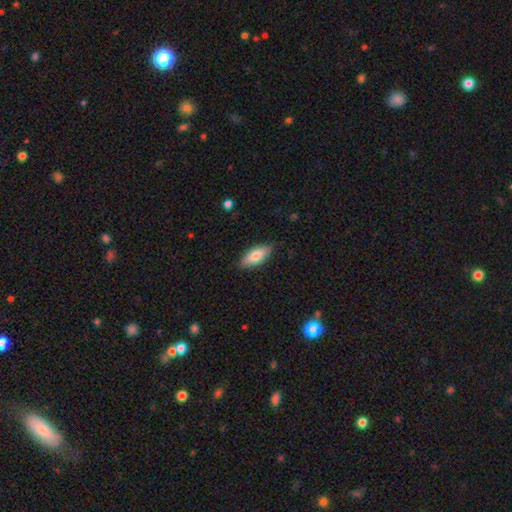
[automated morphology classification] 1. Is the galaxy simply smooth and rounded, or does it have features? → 74% smooth, 20% featured or disk, 6% star or artifact.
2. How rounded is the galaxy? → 78% in between, 19% cigar-shaped, 2% round.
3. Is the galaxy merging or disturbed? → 83% none, 14% minor disturbance, 2% major disturbance, 1% merger.